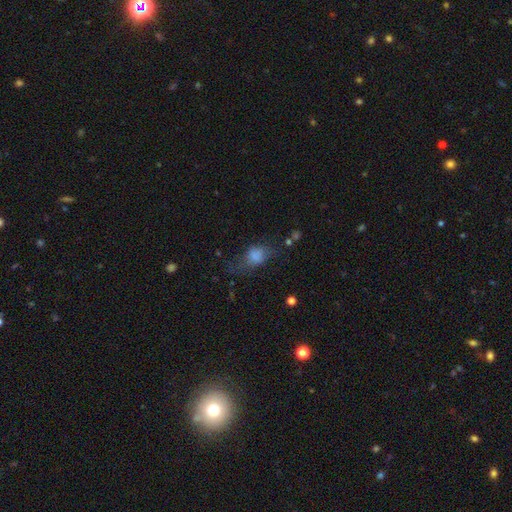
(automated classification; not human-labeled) This is likely a smooth galaxy (71%). How rounded: likely in between (72%). Merging: marginally none (36%).